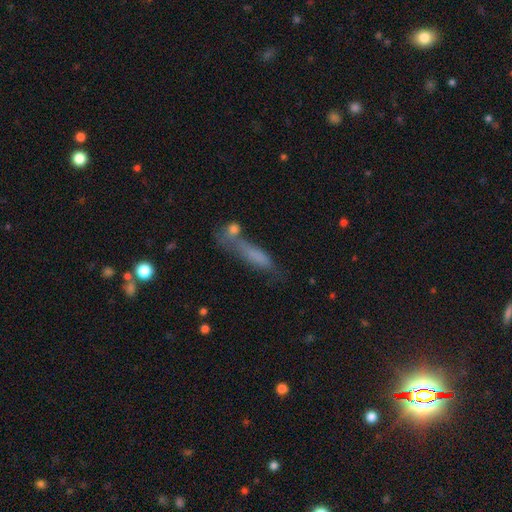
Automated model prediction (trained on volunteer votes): Q: Smooth or featured?
A: smooth (70%); runner-up: featured or disk (20%)
Q: How rounded?
A: cigar-shaped (67%); runner-up: in between (29%)
Q: Merging?
A: none (41%); runner-up: merger (25%)